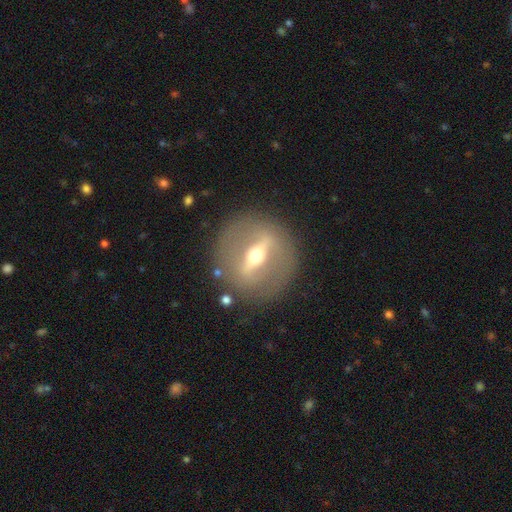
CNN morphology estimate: Smooth or featured: featured or disk — 79% (smooth — 14%)
Edge-on disk: no — 53% (yes — 47%)
Merging: none — 86% (minor disturbance — 8%)